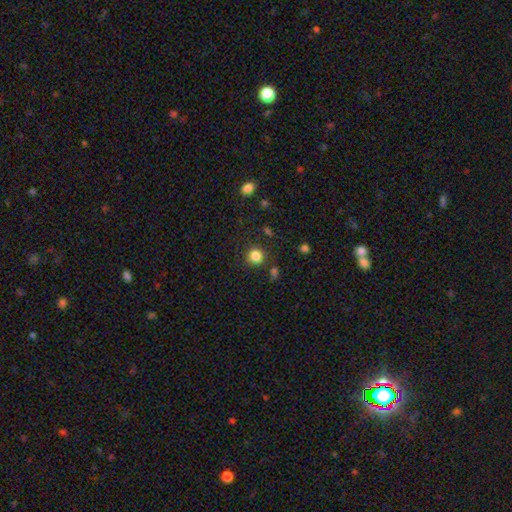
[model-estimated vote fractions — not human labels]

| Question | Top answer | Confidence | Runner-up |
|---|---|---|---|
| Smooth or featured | smooth | 84% | star or artifact (12%) |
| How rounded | round | 89% | in between (10%) |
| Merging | none | 84% | minor disturbance (9%) |